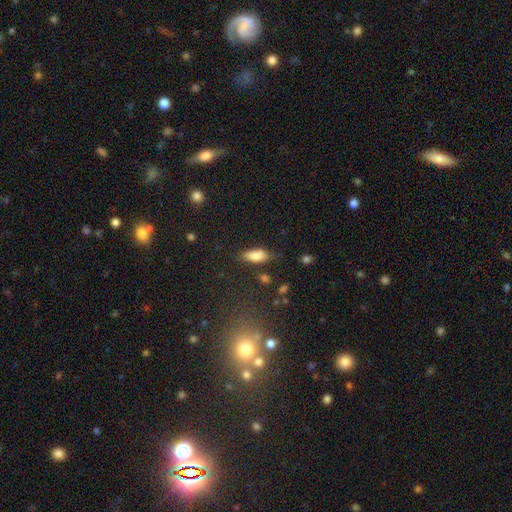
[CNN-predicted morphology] The model was most divided on "merging": none: 72%, minor disturbance: 19%, major disturbance: 5%, merger: 4%. More confident: how rounded — in between (81%); smooth or featured — smooth (79%).